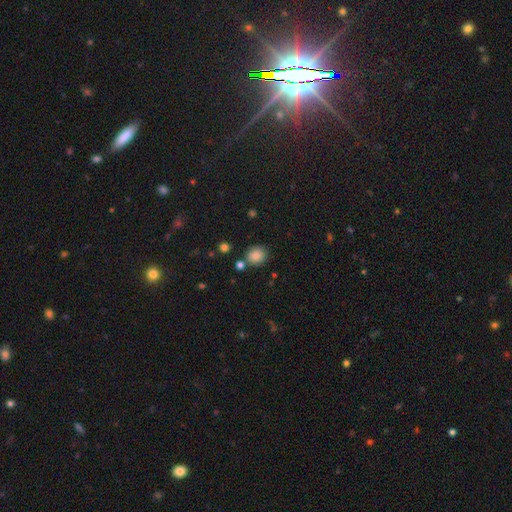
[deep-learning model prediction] A smooth galaxy with no disk features (85%) that is round (78%). Merging: none (80%).